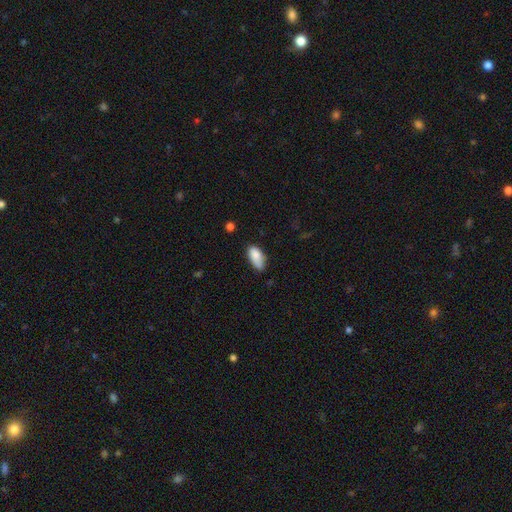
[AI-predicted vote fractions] This is clearly a smooth galaxy (82%). How rounded: clearly in between (90%). Merging: possibly none (56%).